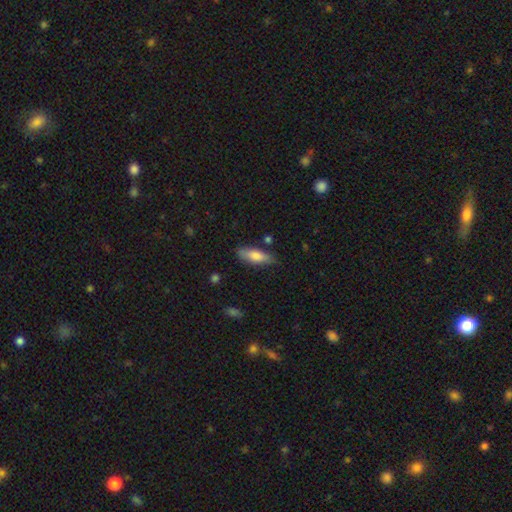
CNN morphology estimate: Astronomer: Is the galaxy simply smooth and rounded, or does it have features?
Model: smooth — 75%.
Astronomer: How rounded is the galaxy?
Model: in between — 56% (runner-up: cigar-shaped, 42%).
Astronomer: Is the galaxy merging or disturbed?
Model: none — 78%.